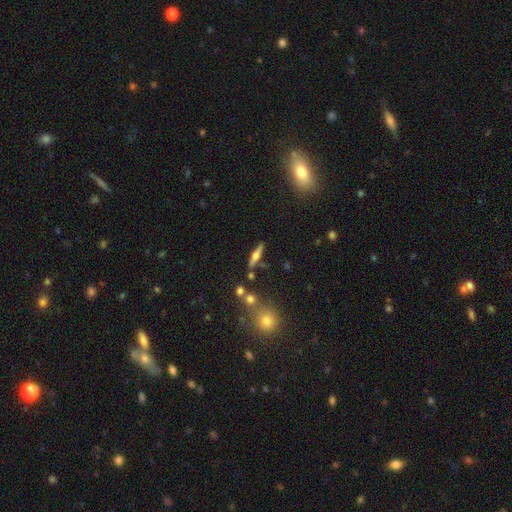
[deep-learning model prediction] Morphology: type=featured or disk (59%); edge-on=yes (94%); edge-on bulge=rounded (91%); merging=none (80%).